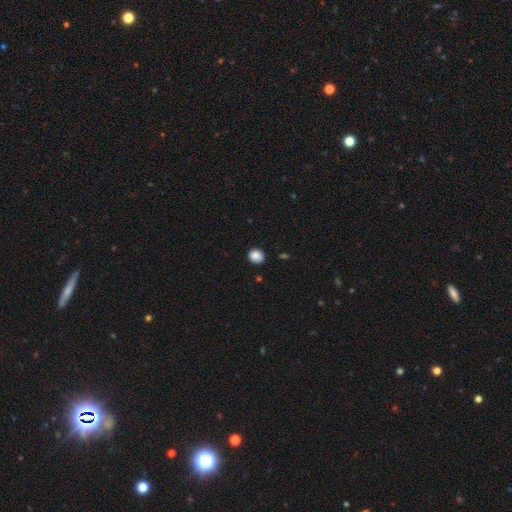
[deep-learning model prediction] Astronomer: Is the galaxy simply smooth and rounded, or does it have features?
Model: smooth — 87%.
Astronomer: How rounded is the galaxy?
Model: round — 73%.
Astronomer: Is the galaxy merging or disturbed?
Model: none — 87%.